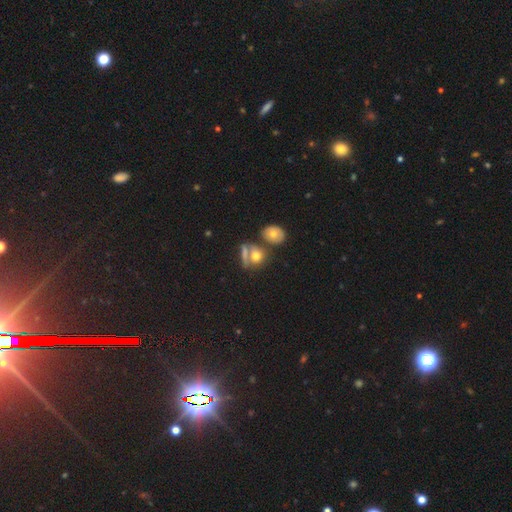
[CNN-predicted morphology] smooth 62%, featured or disk 24%, star or artifact 13%. Down the decision tree: how rounded — round (55%); merging — none (50%).